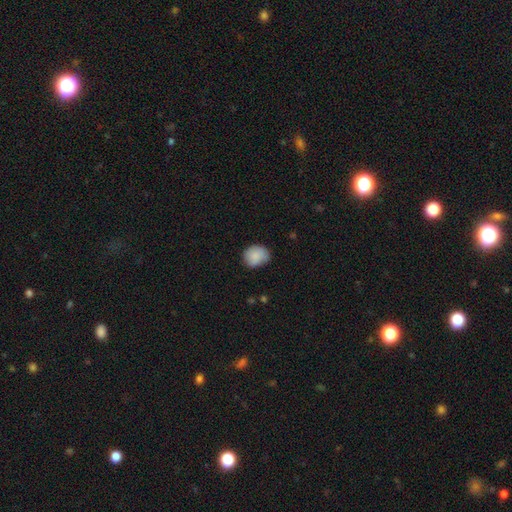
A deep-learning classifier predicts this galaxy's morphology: smooth 85%, star or artifact 7%, featured or disk 7%. Down the decision tree: how rounded — round (56%); merging — none (62%).